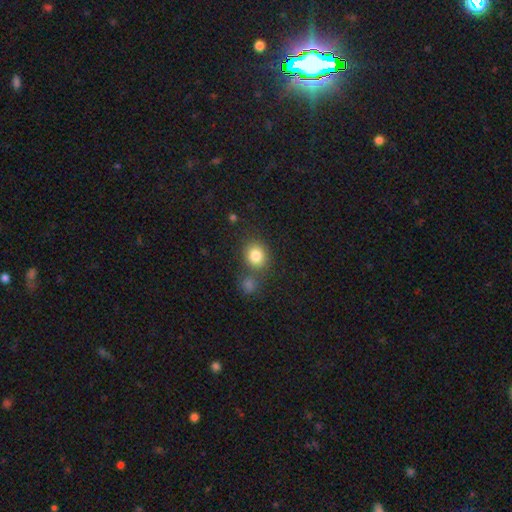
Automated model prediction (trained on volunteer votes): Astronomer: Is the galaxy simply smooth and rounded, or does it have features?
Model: smooth — 83%.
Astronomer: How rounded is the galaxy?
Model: round — 73%.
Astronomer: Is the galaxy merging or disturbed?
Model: none — 64%.